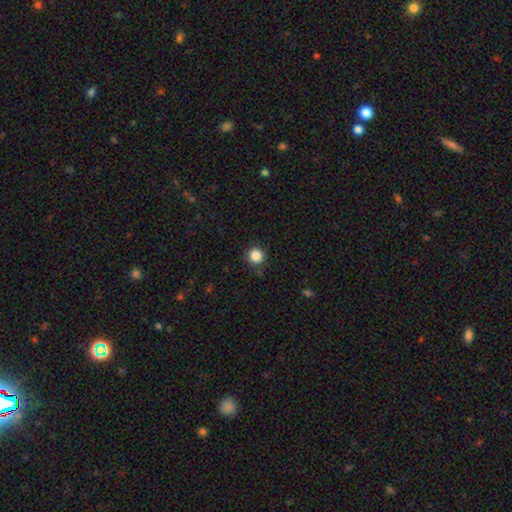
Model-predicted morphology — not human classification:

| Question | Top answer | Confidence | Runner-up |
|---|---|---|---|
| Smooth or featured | smooth | 85% | star or artifact (11%) |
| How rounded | round | 95% | in between (4%) |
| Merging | none | 89% | minor disturbance (7%) |